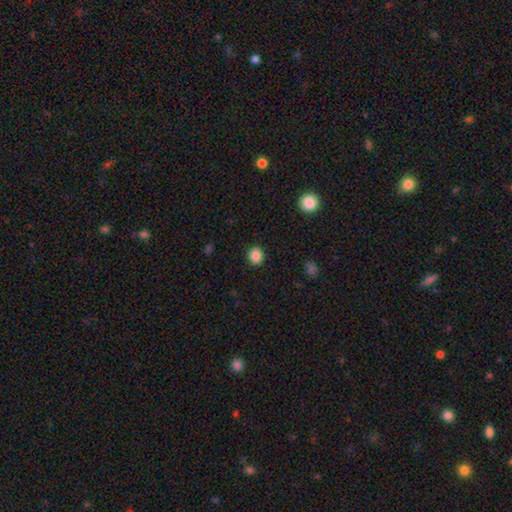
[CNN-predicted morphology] Q: Smooth or featured?
A: smooth (86%); runner-up: star or artifact (10%)
Q: How rounded?
A: round (79%); runner-up: in between (20%)
Q: Merging?
A: none (91%); runner-up: minor disturbance (6%)